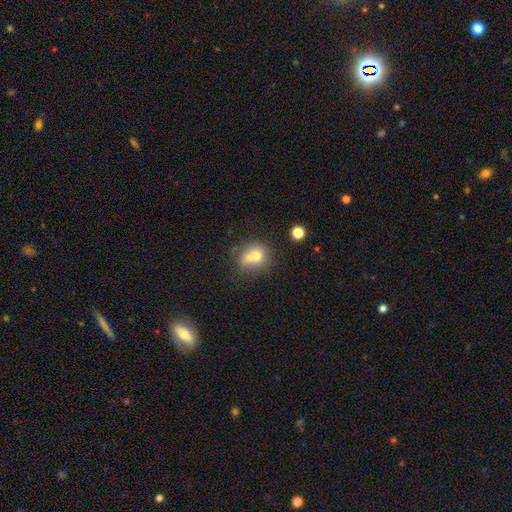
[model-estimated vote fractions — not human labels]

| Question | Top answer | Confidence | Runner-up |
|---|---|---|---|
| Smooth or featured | smooth | 67% | featured or disk (22%) |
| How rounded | round | 72% | in between (27%) |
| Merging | merger | 51% | none (35%) |